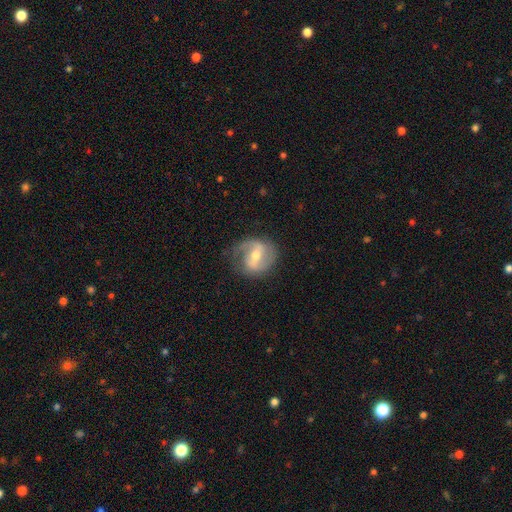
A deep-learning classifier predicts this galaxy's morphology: The model was most divided on "bar": strong: 45%, weak: 41%, no: 14%. Remaining: edge-on disk — no (96%); spiral arms — yes (90%); spiral arm count — 2 (82%); smooth or featured — featured or disk (80%); merging — none (73%); bulge size — moderate (60%); spiral winding — medium (48%).